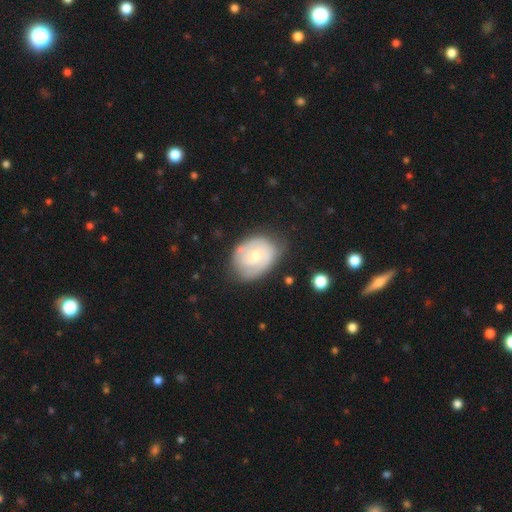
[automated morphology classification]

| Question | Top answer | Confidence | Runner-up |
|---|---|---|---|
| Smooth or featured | featured or disk | 57% | smooth (36%) |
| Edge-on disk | no | 96% | yes (4%) |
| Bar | no | 75% | weak (21%) |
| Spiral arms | yes | 68% | no (32%) |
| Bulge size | moderate | 48% | small (47%) |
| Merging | none | 63% | minor disturbance (26%) |